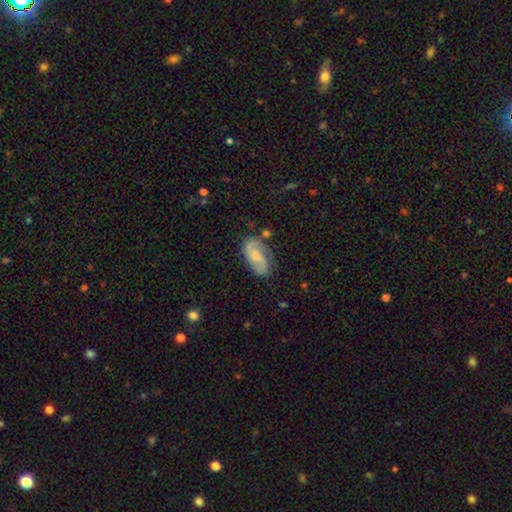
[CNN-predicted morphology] A featured or disk galaxy (67%) with no bar (53%), 2 (86%) medium (44%) spiral arms (92%) and a small central bulge (52%).

Vote fractions:
- Smooth or featured? featured or disk: 67% / smooth: 27% / star or artifact: 6%
- Edge-on disk? no: 95% / yes: 5%
- Bar? no: 53% / weak: 39% / strong: 9%
- Spiral arms? yes: 92% / no: 8%
- Spiral winding? medium: 44% / loose: 32% / tight: 24%
- Spiral arm count? 2: 86% / can't tell: 8% / 1: 3% / 3: 2% / 4: 1% / more than 4: 1%
- Bulge size? small: 52% / moderate: 36% / none: 8% / large: 3% / dominant: 1%
- Merging? none: 73% / minor disturbance: 19% / major disturbance: 5% / merger: 3%